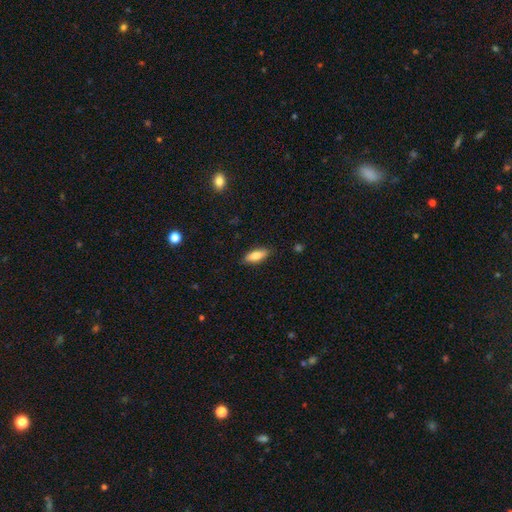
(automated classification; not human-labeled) Morphology: type=smooth (77%); roundness=in between (70%); merging=none (85%).